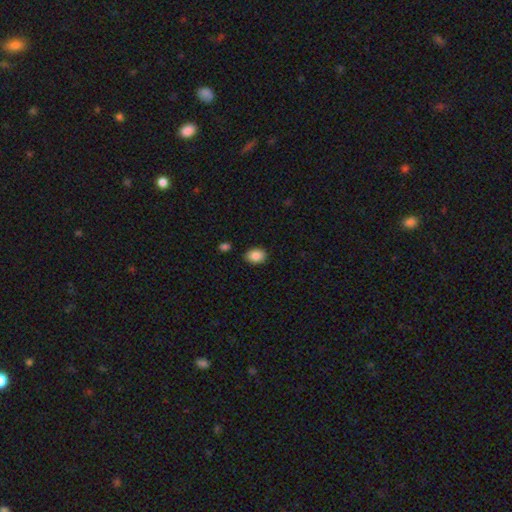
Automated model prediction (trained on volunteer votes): A smooth galaxy with no disk features (86%) that is in between round and cigar-shaped (69%).

Vote fractions:
- Smooth or featured? smooth: 86% / star or artifact: 8% / featured or disk: 6%
- How rounded? in between: 69% / round: 30% / cigar-shaped: 1%
- Merging? none: 86% / minor disturbance: 10% / merger: 2% / major disturbance: 2%